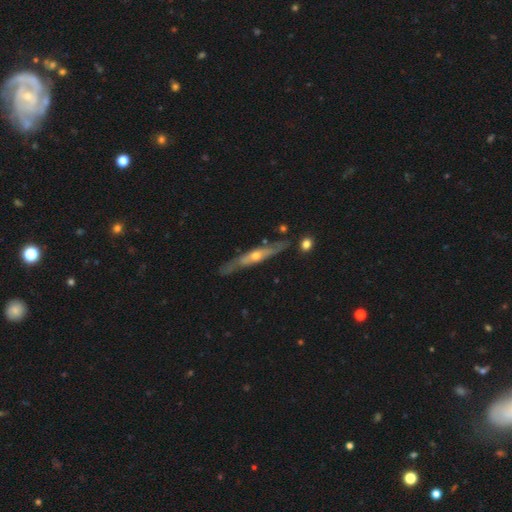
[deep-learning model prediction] smooth_or_featured: featured or disk (p=0.75) [alt: smooth p=0.19]
disk_edge_on: yes (p=0.83) [alt: no p=0.17]
edge_on_bulge: rounded (p=0.80) [alt: none p=0.17]
merging: none (p=0.78) [alt: minor disturbance p=0.15]